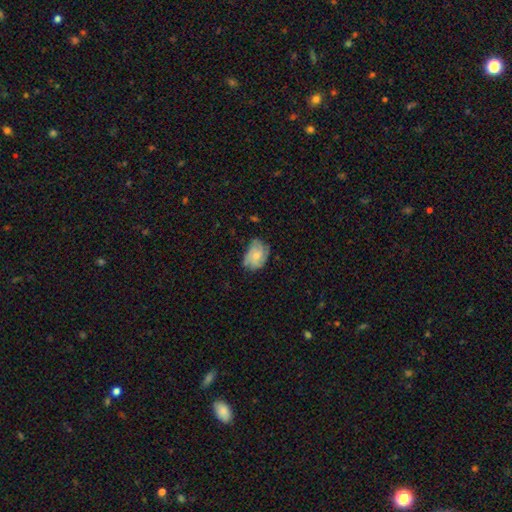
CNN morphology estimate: Smooth or featured: featured or disk — 50% (smooth — 41%)
Edge-on disk: no — 97% (yes — 3%)
Merging: none — 59% (minor disturbance — 29%)